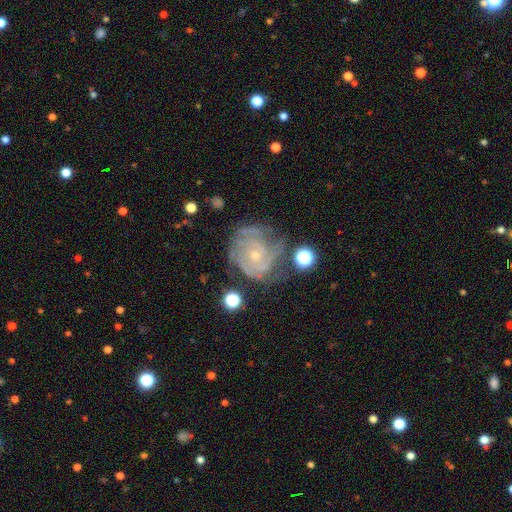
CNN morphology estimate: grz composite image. It shows a featured or disk galaxy (83%) with no bar (77%), tight (70%) spiral arms (94%) and a small central bulge (75%). Merging: none (65%).